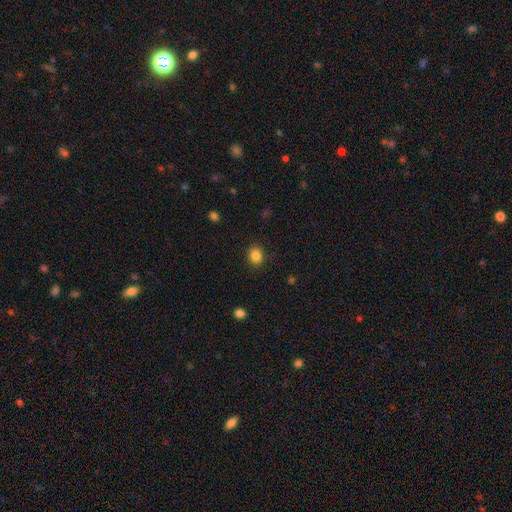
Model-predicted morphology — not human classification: smooth 86%, star or artifact 10%, featured or disk 4%. Down the decision tree: how rounded — in between (50%); merging — none (87%).